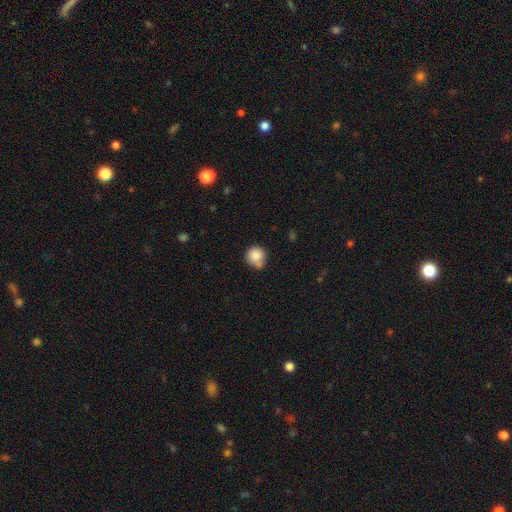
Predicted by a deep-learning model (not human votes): Q: Smooth or featured?
A: smooth (85%); runner-up: star or artifact (9%)
Q: How rounded?
A: round (91%); runner-up: in between (8%)
Q: Merging?
A: none (62%); runner-up: minor disturbance (20%)